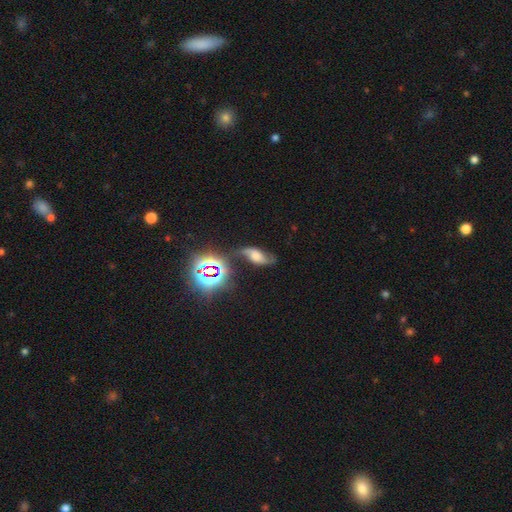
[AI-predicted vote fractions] This appears to be a featured or disk galaxy (61%) with no bar (56%), 2 (89%) loose (73%) spiral arms (90%) and a moderate central bulge (36%). Merging: none (57%).